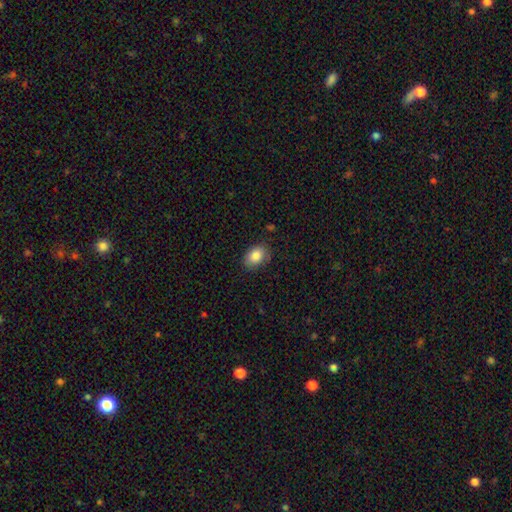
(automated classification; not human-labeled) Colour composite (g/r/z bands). It shows a smooth galaxy with no disk features (85%) that is in between round and cigar-shaped (80%). Merging: none (81%).